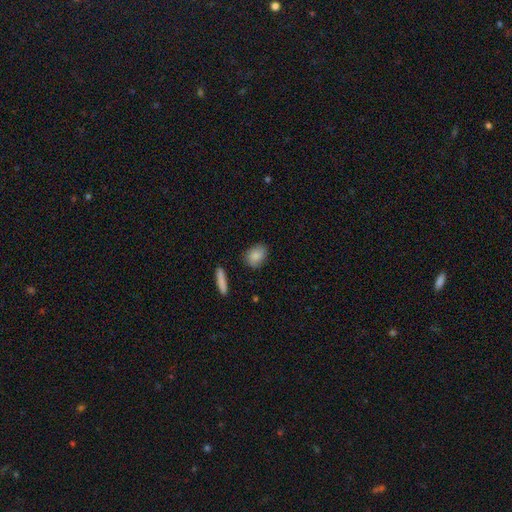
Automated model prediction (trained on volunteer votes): The model was most divided on "how rounded": in between: 66%, round: 31%, cigar-shaped: 3%. More confident: smooth or featured — smooth (83%); merging — none (80%).